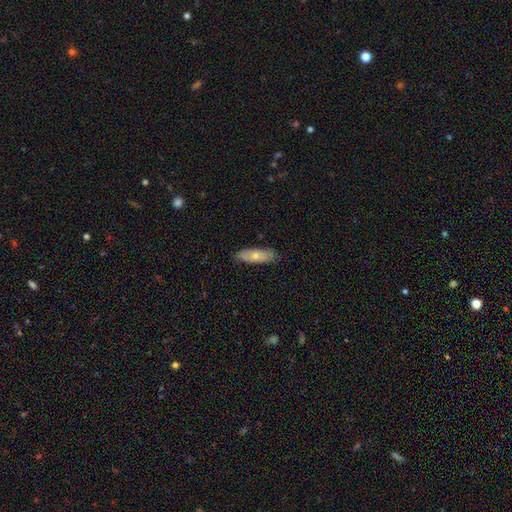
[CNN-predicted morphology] This is likely a smooth galaxy (64%). How rounded: possibly in between (53%). Merging: clearly none (85%).